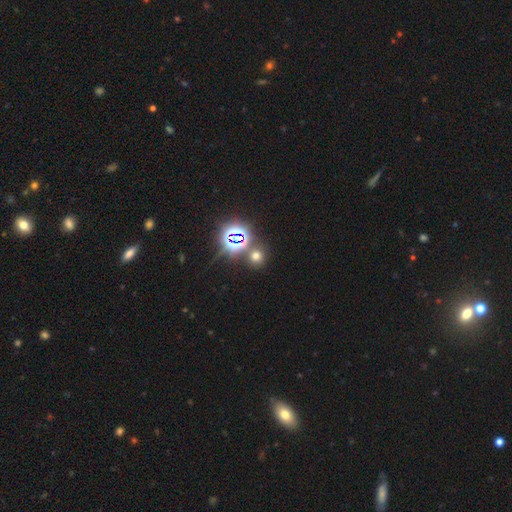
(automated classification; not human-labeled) Smooth or featured: smooth — 54% (star or artifact — 38%)
How rounded: round — 86% (in between — 13%)
Merging: none — 76% (merger — 12%)